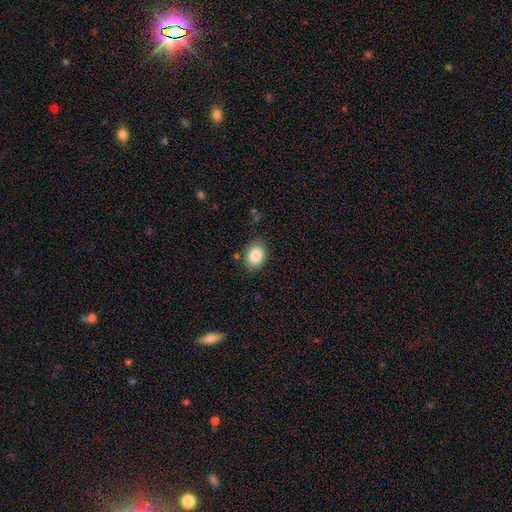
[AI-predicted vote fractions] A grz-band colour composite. It shows a smooth galaxy with no disk features (85%) that is in between round and cigar-shaped (62%). Merging: none (81%).